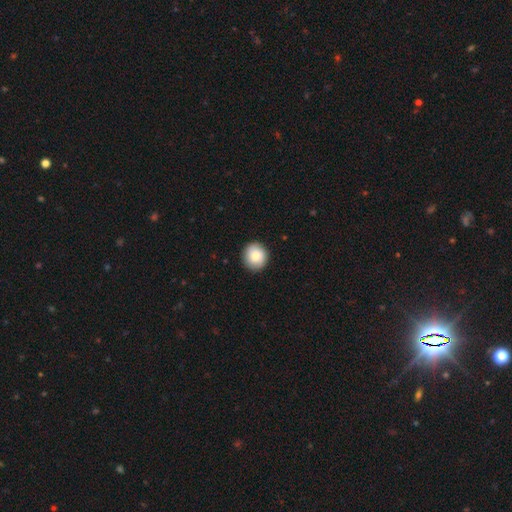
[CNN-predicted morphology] Smooth or featured? smooth (81%)
How rounded? round (91%)
Merging? none (90%)